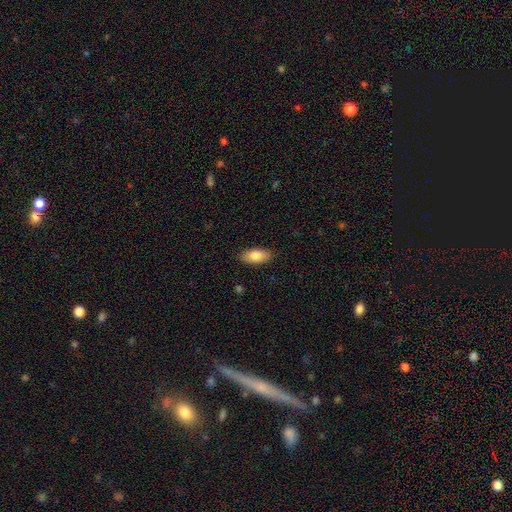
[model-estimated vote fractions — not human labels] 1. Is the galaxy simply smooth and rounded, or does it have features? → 82% smooth, 12% featured or disk, 6% star or artifact.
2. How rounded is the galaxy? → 89% in between, 8% cigar-shaped, 3% round.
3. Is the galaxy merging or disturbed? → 88% none, 9% minor disturbance, 2% major disturbance, 1% merger.